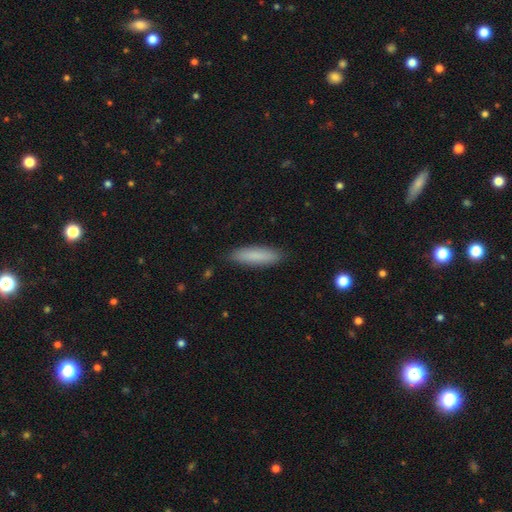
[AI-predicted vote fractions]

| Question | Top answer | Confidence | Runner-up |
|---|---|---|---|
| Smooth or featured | smooth | 84% | featured or disk (9%) |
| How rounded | cigar-shaped | 71% | in between (28%) |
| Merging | none | 88% | minor disturbance (9%) |